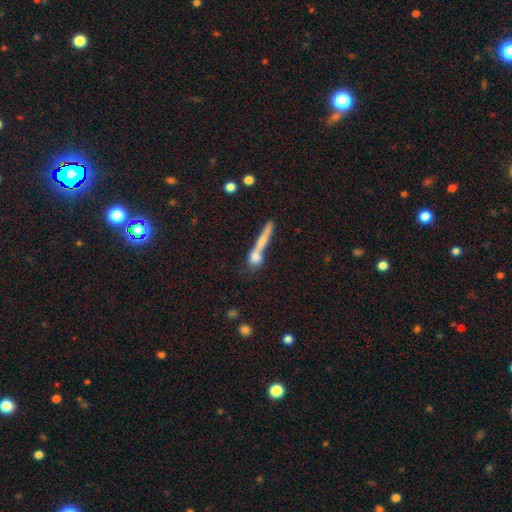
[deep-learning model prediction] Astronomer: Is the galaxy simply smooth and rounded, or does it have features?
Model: smooth — 62%.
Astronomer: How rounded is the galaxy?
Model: cigar-shaped — 61%.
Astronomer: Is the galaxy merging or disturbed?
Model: merger — 41% (runner-up: none, 39%).